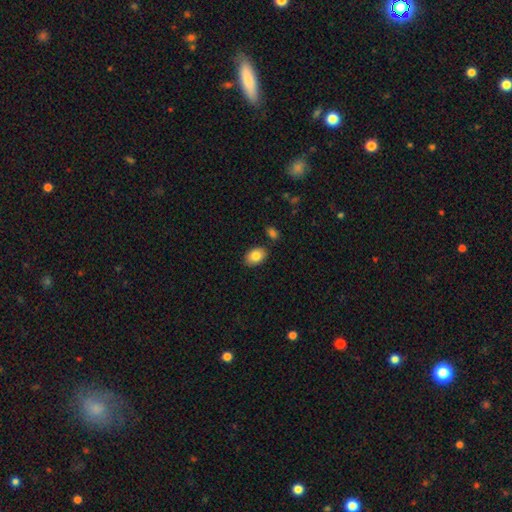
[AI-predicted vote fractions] Smooth or featured?
  - smooth: 84% *
  - featured or disk: 8%
  - star or artifact: 7%
How rounded?
  - in between: 84% *
  - round: 15%
  - cigar-shaped: 1%
Merging?
  - none: 84% *
  - minor disturbance: 10%
  - merger: 4%
  - major disturbance: 2%